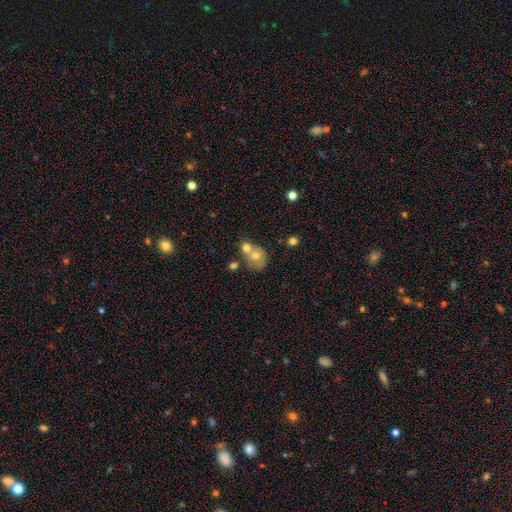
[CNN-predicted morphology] type=smooth (58%); roundness=round (62%); merging=merger (56%).